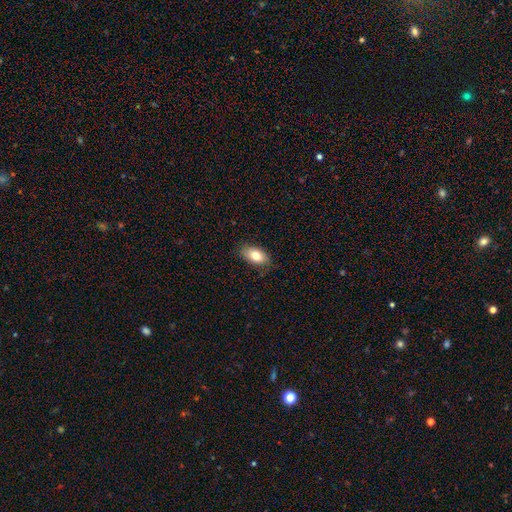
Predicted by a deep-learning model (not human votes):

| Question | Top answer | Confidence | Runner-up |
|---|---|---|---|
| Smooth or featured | smooth | 80% | featured or disk (13%) |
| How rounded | in between | 91% | round (6%) |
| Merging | none | 82% | minor disturbance (14%) |